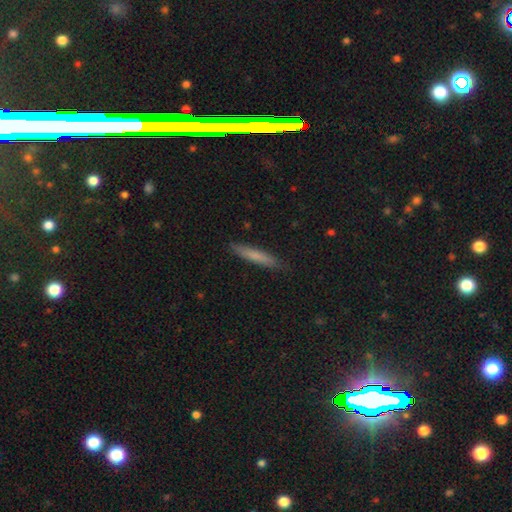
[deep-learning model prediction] Morphology: type=smooth (73%); roundness=cigar-shaped (93%); merging=none (87%).